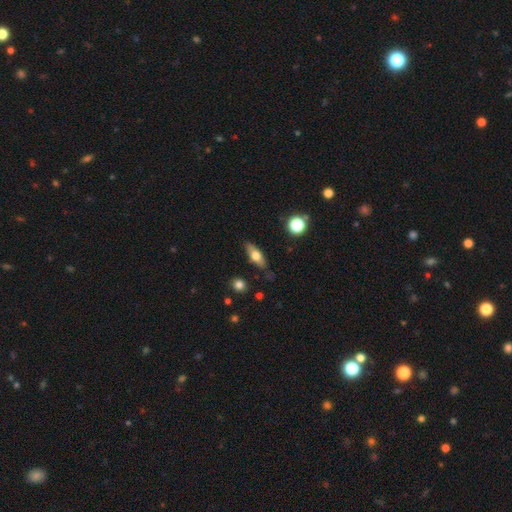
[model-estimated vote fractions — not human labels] Smooth or featured? Predicted: smooth (p=0.59). How rounded? Predicted: in between (p=0.61). Merging? Predicted: none (p=0.81).